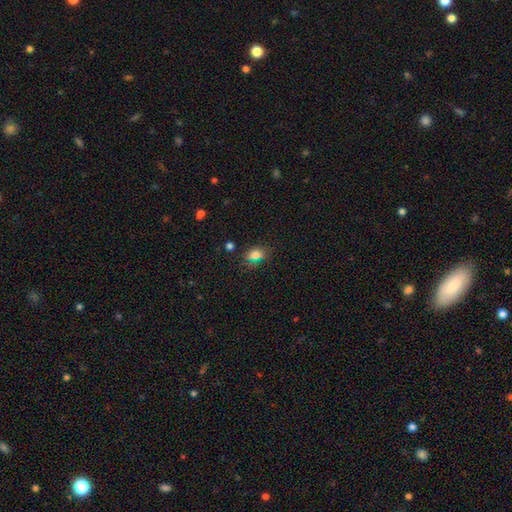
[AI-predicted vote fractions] This appears to be a smooth galaxy with no disk features (70%) that is in between round and cigar-shaped (62%). Merging: none (78%).